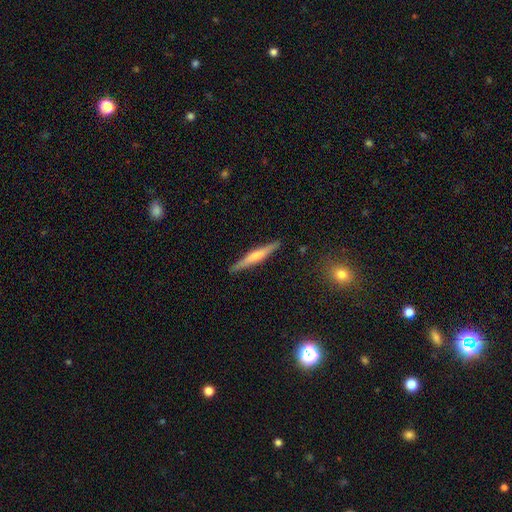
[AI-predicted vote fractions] This is possibly a featured or disk galaxy (52%). It is clearly viewed edge-on (97%). Edge-on bulge: possibly rounded (56%). Merging: clearly none (90%).